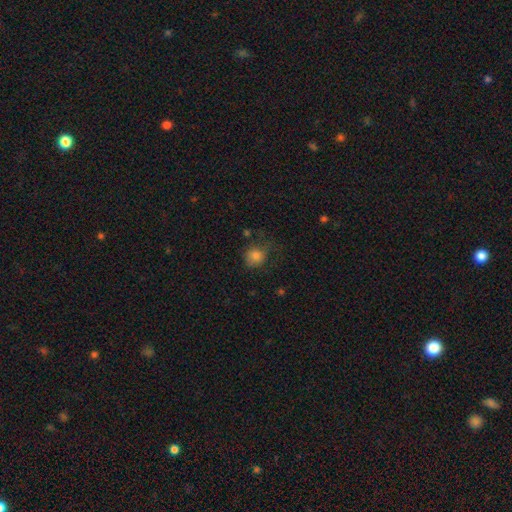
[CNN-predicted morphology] The model was most divided on "merging": none: 54%, minor disturbance: 26%, major disturbance: 18%, merger: 3%. More confident: smooth or featured — smooth (80%); how rounded — round (74%).